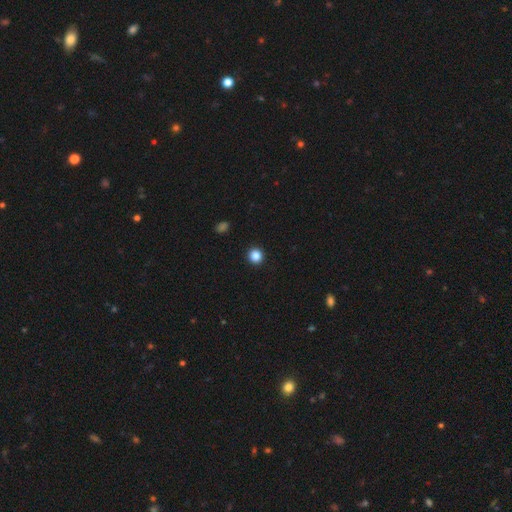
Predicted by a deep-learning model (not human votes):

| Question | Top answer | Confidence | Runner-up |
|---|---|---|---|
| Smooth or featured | smooth | 86% | star or artifact (11%) |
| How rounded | round | 95% | in between (4%) |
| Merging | none | 94% | minor disturbance (4%) |